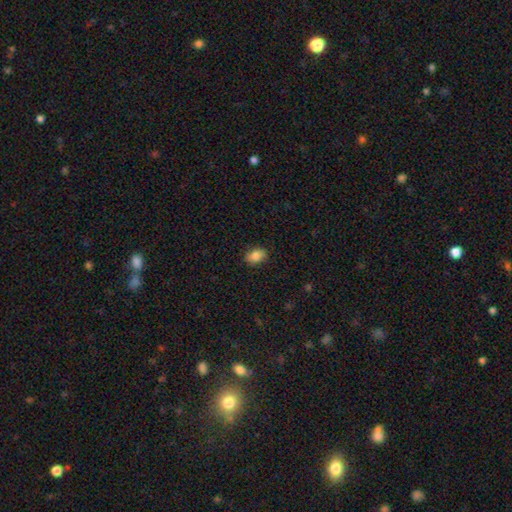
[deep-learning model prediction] smooth 86%, star or artifact 8%, featured or disk 6%. Down the decision tree: how rounded — in between (78%); merging — none (87%).